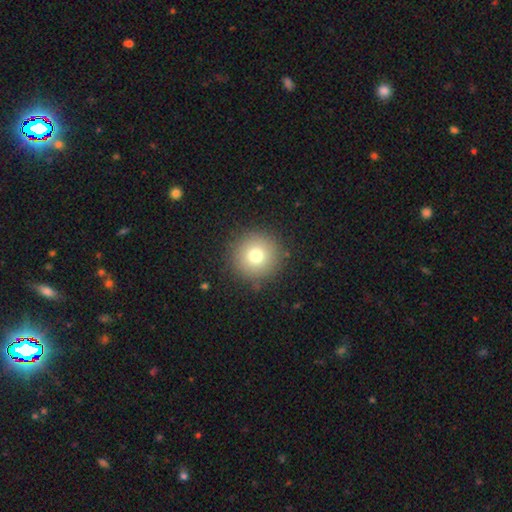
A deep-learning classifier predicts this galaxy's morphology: smooth-or-featured: smooth: 75% | star or artifact: 13% | featured or disk: 11%
  how-rounded: round: 96% | in between: 3% | cigar-shaped: 1%
  merging: none: 89% | minor disturbance: 7% | major disturbance: 3% | merger: 1%